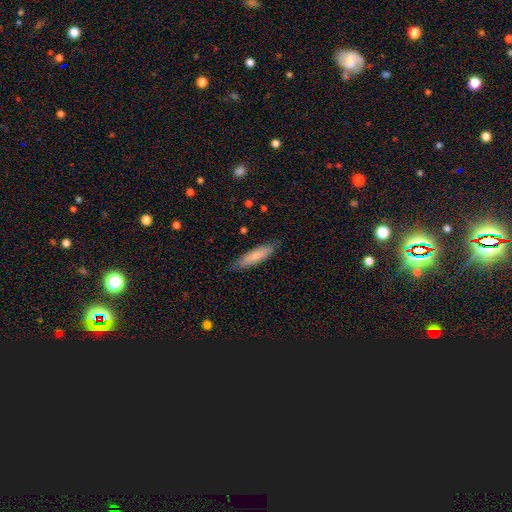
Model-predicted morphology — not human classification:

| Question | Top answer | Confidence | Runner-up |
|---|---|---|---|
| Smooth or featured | smooth | 78% | featured or disk (16%) |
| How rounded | cigar-shaped | 71% | in between (28%) |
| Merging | none | 83% | minor disturbance (14%) |